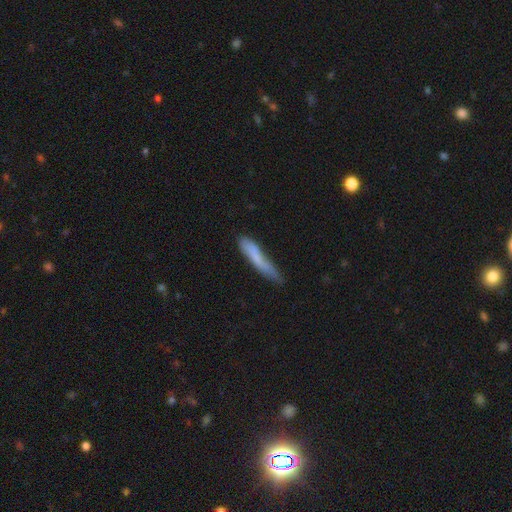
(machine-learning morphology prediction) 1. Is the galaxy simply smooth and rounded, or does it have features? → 71% smooth, 22% featured or disk, 7% star or artifact.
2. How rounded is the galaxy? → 88% cigar-shaped, 10% in between, 1% round.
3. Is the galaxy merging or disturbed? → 51% none, 33% minor disturbance, 12% major disturbance, 4% merger.